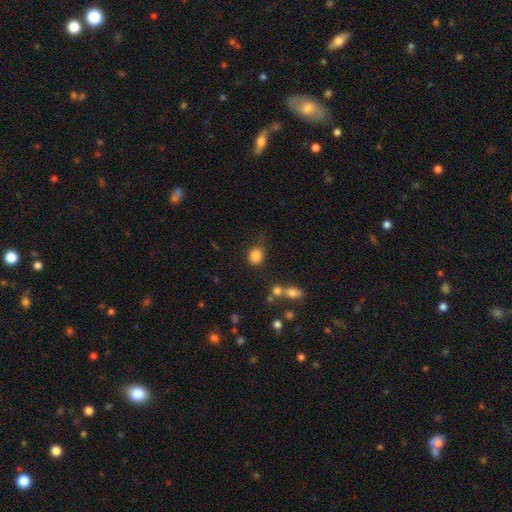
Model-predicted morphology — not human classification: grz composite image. It shows a smooth galaxy with no disk features (84%) that is round (73%). Merging: none (68%).